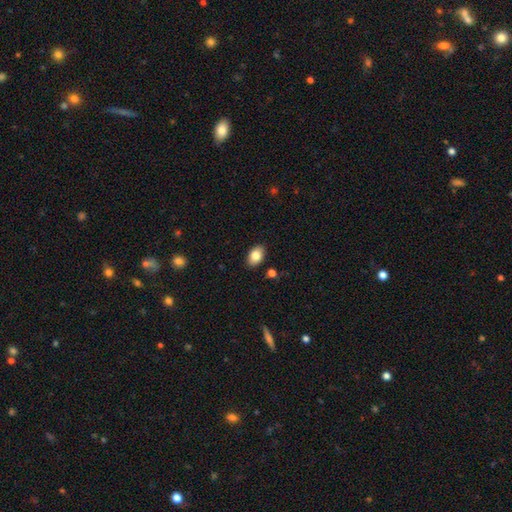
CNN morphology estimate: A smooth galaxy with no disk features (83%) that is in between round and cigar-shaped (88%).

Vote fractions:
- Smooth or featured? smooth: 83% / featured or disk: 10% / star or artifact: 8%
- How rounded? in between: 88% / round: 11% / cigar-shaped: 1%
- Merging? none: 88% / minor disturbance: 9% / major disturbance: 2% / merger: 2%